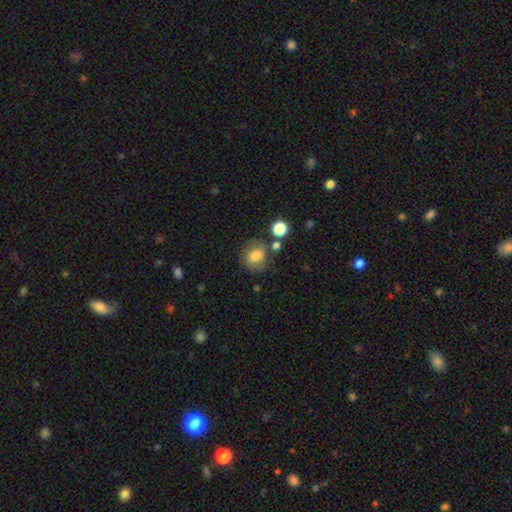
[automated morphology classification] smooth-or-featured: smooth: 71% | featured or disk: 19% | star or artifact: 10%
  how-rounded: round: 82% | in between: 17% | cigar-shaped: 1%
  merging: none: 69% | minor disturbance: 16% | merger: 8% | major disturbance: 7%